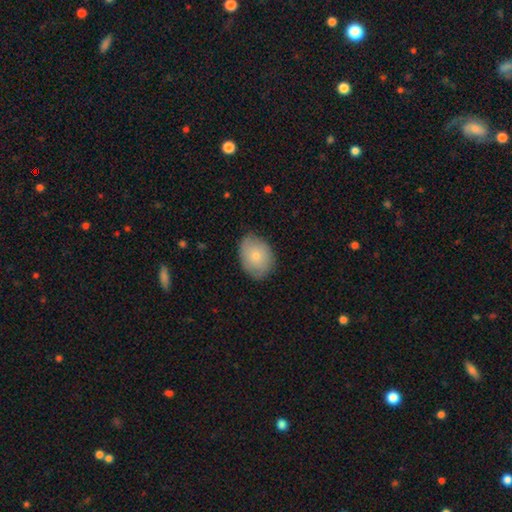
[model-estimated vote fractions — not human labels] A smooth galaxy with no disk features (75%) that is in between round and cigar-shaped (69%). Merging: none (77%).